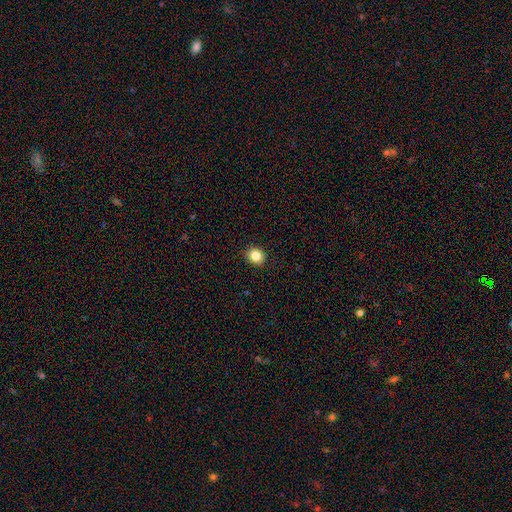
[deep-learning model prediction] Q: Smooth or featured?
A: smooth (85%); runner-up: star or artifact (10%)
Q: How rounded?
A: round (76%); runner-up: in between (23%)
Q: Merging?
A: none (92%); runner-up: minor disturbance (6%)